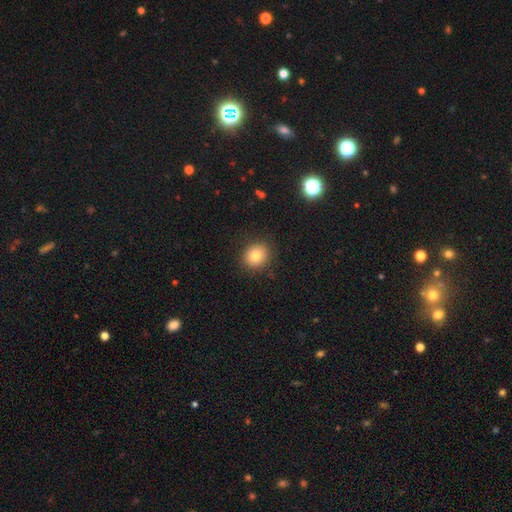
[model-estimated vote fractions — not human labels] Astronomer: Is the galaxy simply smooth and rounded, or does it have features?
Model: smooth — 79%.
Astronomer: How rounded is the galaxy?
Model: round — 77%.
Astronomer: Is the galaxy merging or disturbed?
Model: none — 88%.